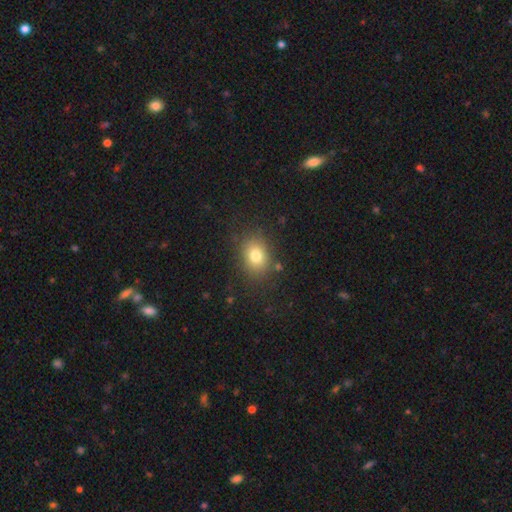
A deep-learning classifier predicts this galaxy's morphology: Smooth or featured?
  - smooth: 79% *
  - star or artifact: 11%
  - featured or disk: 10%
How rounded?
  - in between: 55% *
  - round: 44%
  - cigar-shaped: 1%
Merging?
  - none: 82% *
  - minor disturbance: 11%
  - major disturbance: 4%
  - merger: 2%